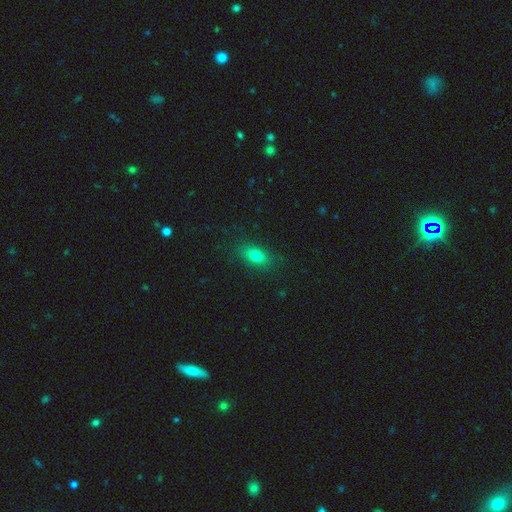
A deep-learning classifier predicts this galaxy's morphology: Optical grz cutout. It shows a smooth galaxy with no disk features (78%) that is in between round and cigar-shaped (82%). Merging: none (85%).